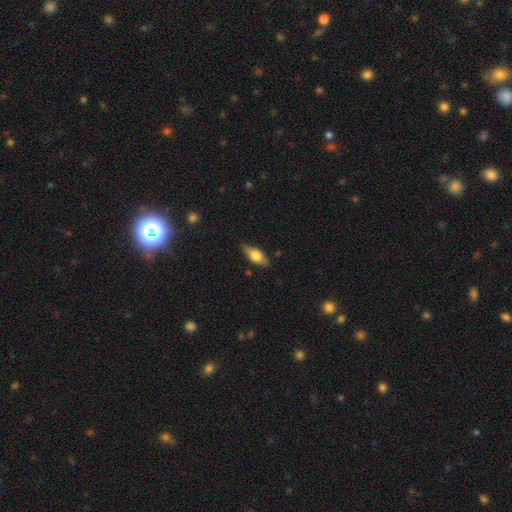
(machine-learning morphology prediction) The model was most divided on "smooth or featured": smooth: 56%, featured or disk: 37%, star or artifact: 7%. More confident: merging — none (81%); how rounded — in between (74%).